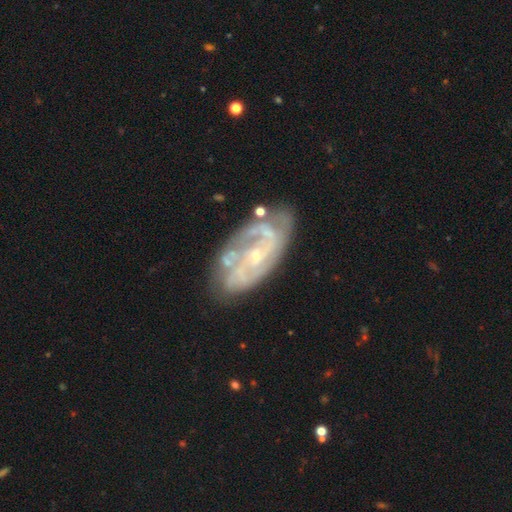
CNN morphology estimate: This appears to be a featured or disk galaxy (85%) with no bar (57%), 2 (37%) tight (46%) spiral arms (91%) and a small central bulge (73%). Merging: none (64%).